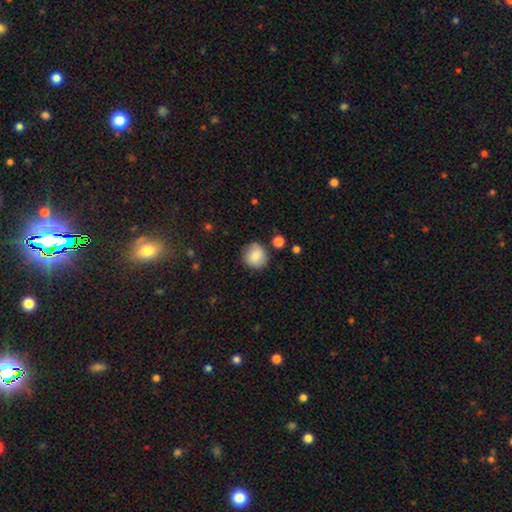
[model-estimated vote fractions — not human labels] Smooth or featured?
  - smooth: 83% *
  - featured or disk: 9%
  - star or artifact: 8%
How rounded?
  - round: 90% *
  - in between: 9%
  - cigar-shaped: 1%
Merging?
  - none: 82% *
  - minor disturbance: 12%
  - major disturbance: 3%
  - merger: 3%